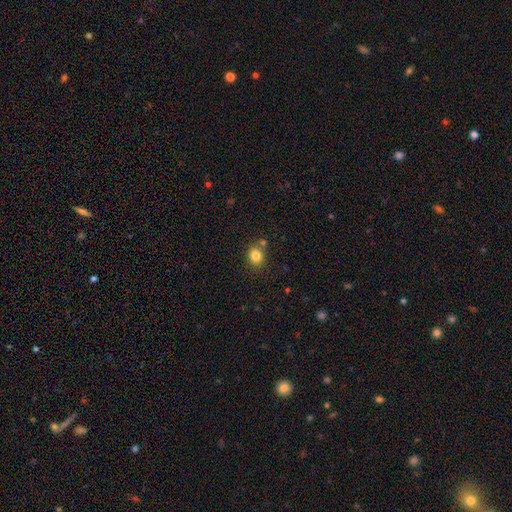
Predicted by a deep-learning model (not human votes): A smooth galaxy with no disk features (83%) that is round (65%). Merging: none (77%).